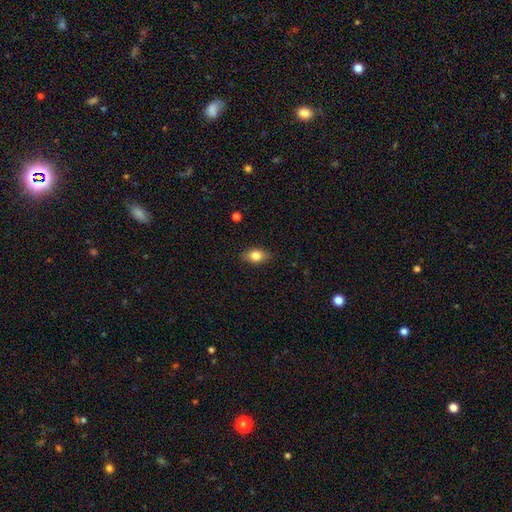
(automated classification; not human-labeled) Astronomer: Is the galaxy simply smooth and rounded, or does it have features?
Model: smooth — 81%.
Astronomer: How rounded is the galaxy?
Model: in between — 84%.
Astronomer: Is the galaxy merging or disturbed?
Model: none — 86%.